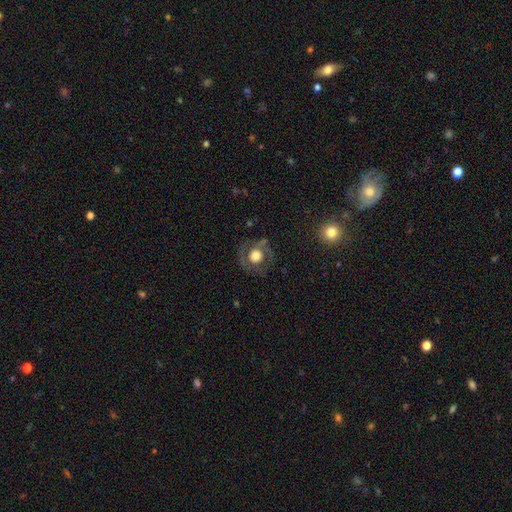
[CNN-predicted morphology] Smooth or featured? smooth (46%, tied with featured or disk)
Merging? none (71%)